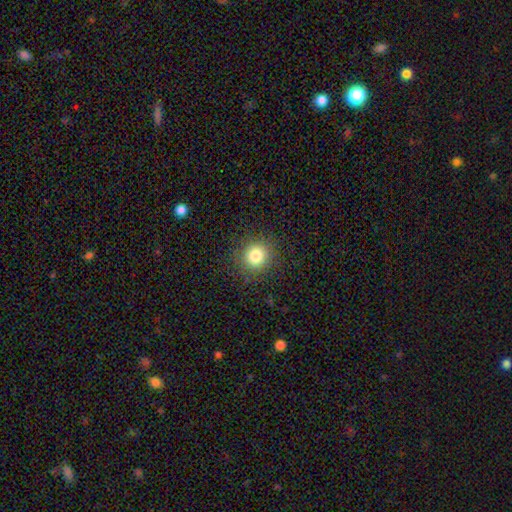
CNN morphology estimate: type=smooth (81%); roundness=round (90%); merging=none (89%).